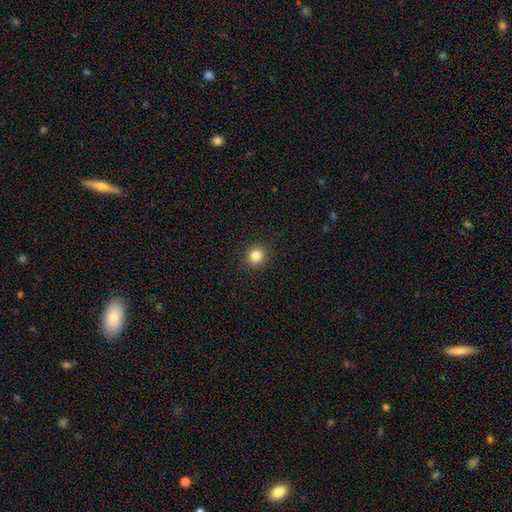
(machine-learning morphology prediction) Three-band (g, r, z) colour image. It shows a smooth galaxy with no disk features (84%) that is round (86%). Merging: none (91%).